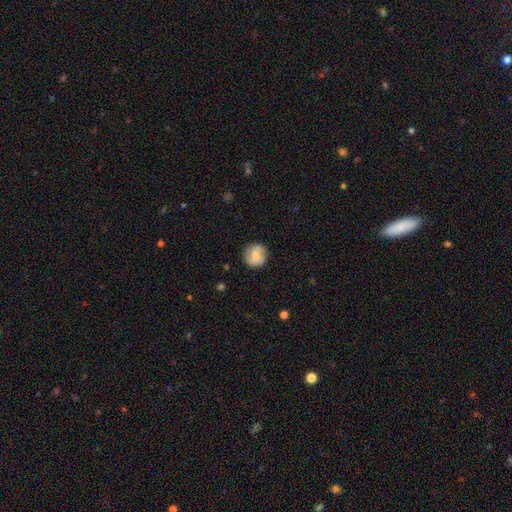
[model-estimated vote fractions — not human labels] Smooth or featured: smooth — 70% (featured or disk — 23%)
How rounded: round — 91% (in between — 8%)
Merging: none — 81% (minor disturbance — 14%)